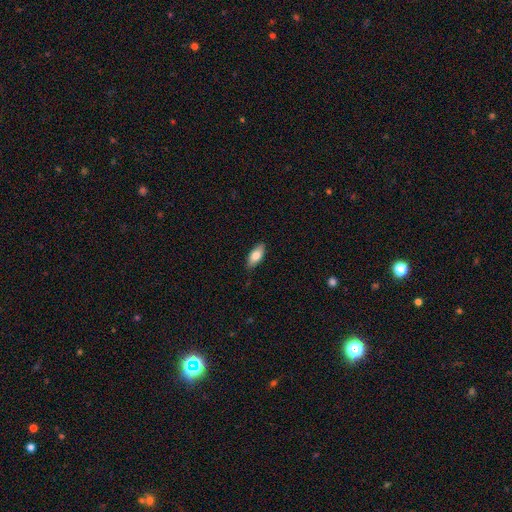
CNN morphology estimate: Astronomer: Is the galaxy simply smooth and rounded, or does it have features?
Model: smooth — 79%.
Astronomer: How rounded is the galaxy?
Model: in between — 84%.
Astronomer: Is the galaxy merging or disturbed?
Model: none — 83%.